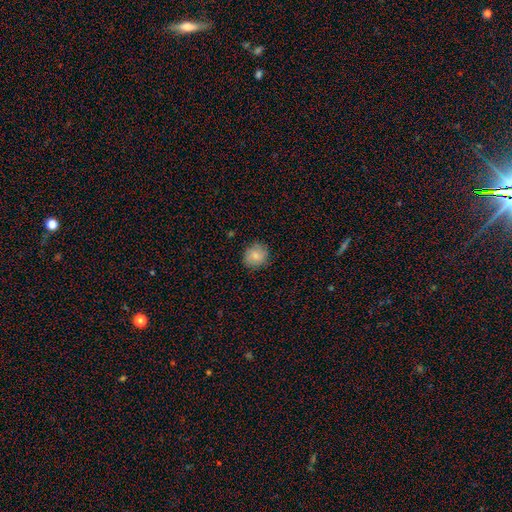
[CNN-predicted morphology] Q: Smooth or featured?
A: smooth (81%); runner-up: featured or disk (11%)
Q: How rounded?
A: round (83%); runner-up: in between (17%)
Q: Merging?
A: none (86%); runner-up: minor disturbance (11%)